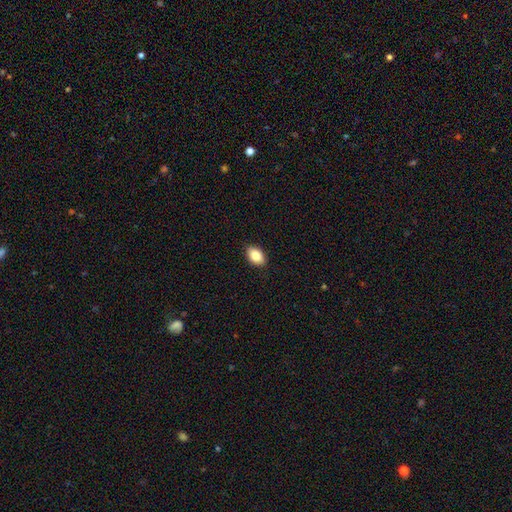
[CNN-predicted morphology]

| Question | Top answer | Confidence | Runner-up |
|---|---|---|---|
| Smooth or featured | smooth | 86% | star or artifact (8%) |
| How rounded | in between | 88% | round (11%) |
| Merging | none | 88% | minor disturbance (9%) |